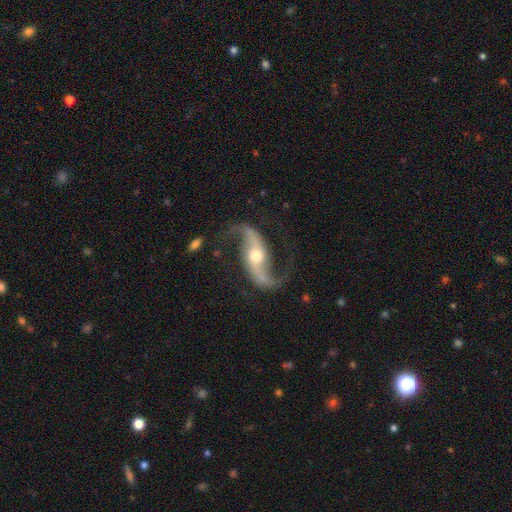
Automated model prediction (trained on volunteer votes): smooth_or_featured: featured or disk (p=0.92) [alt: star or artifact p=0.04]
disk_edge_on: no (p=0.96) [alt: yes p=0.04]
bar: no (p=0.36) [alt: strong p=0.35]
has_spiral_arms: yes (p=0.98) [alt: no p=0.02]
spiral_winding: loose (p=0.74) [alt: medium p=0.21]
spiral_arm_count: 2 (p=0.95) [alt: 1 p=0.01]
bulge_size: moderate (p=0.67) [alt: small p=0.23]
merging: none (p=0.80) [alt: minor disturbance p=0.12]